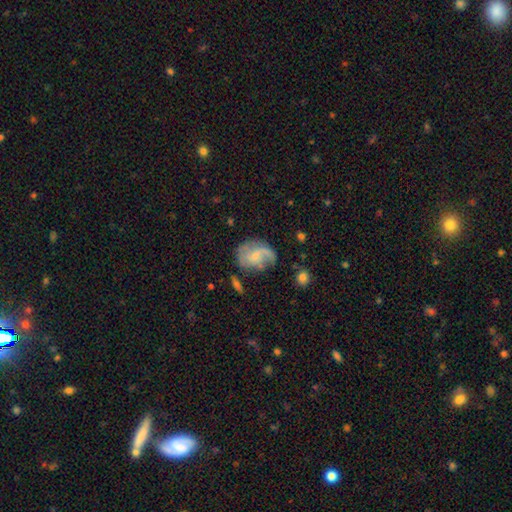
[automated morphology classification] smooth_or_featured: featured or disk (p=0.61) [alt: smooth p=0.31]
disk_edge_on: no (p=0.97) [alt: yes p=0.03]
bar: no (p=0.60) [alt: weak p=0.34]
has_spiral_arms: yes (p=0.79) [alt: no p=0.21]
bulge_size: small (p=0.66) [alt: moderate p=0.22]
merging: none (p=0.47) [alt: minor disturbance p=0.28]